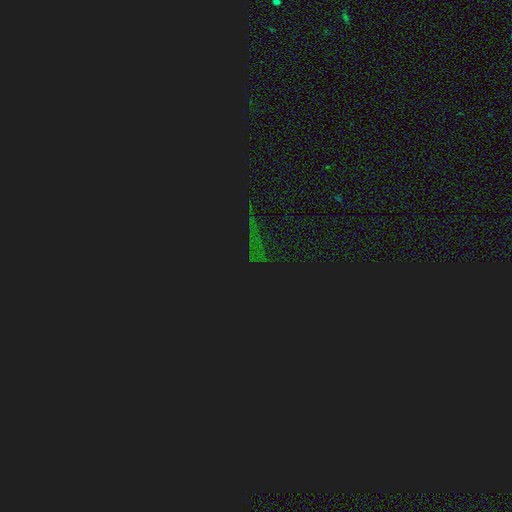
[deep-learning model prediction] A star or artifact, not a galaxy (83%).

Vote fractions:
- Smooth or featured? star or artifact: 83% / smooth: 11% / featured or disk: 6%